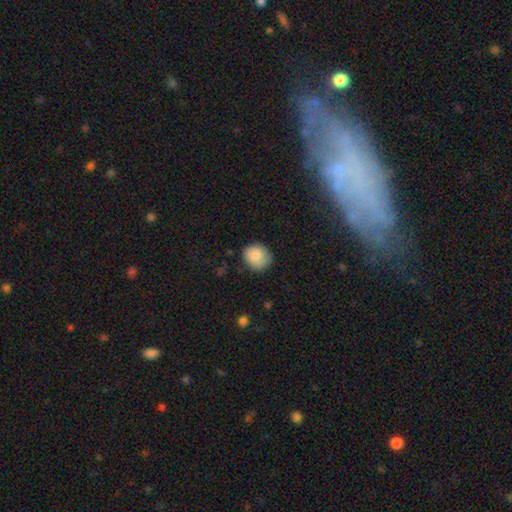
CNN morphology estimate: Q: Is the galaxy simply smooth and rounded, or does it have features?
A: smooth — 83%.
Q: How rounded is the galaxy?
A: round — 76%.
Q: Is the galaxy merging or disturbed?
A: none — 75%.